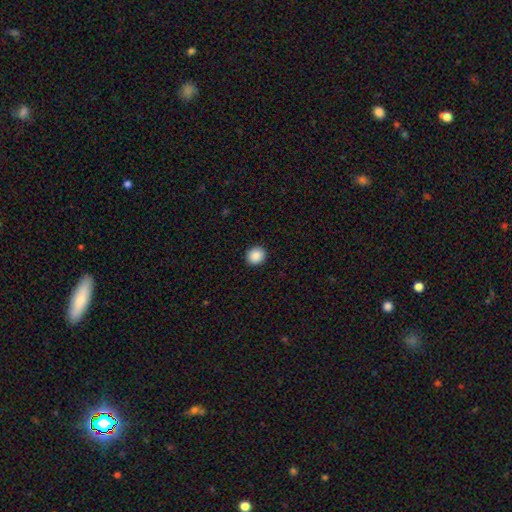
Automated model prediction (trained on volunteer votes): smooth_or_featured: smooth (p=0.89) [alt: star or artifact p=0.08]
how_rounded: round (p=0.85) [alt: in between p=0.14]
merging: none (p=0.92) [alt: minor disturbance p=0.05]